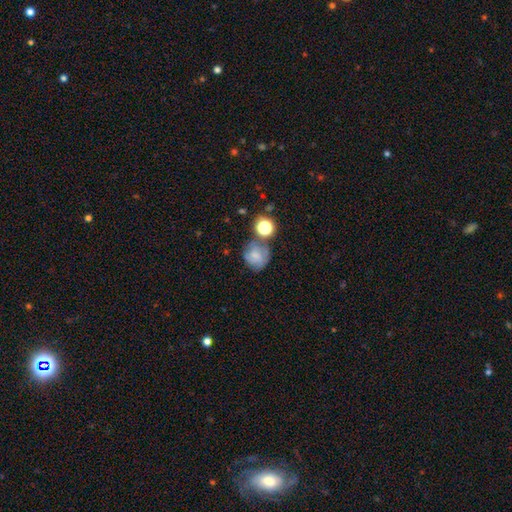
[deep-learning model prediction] A smooth galaxy with no disk features (62%) that is round (80%). Merging: none (54%).